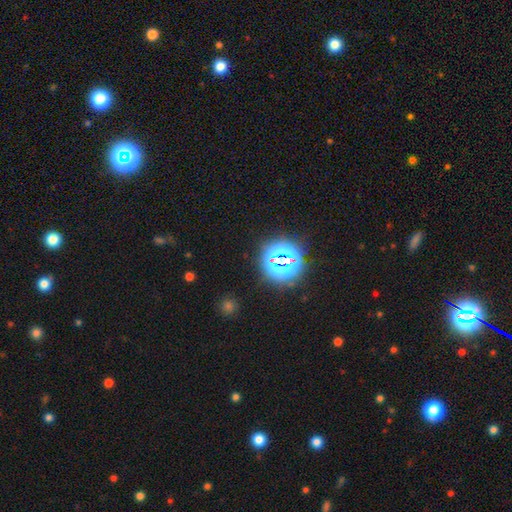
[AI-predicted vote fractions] Smooth or featured? Predicted: star or artifact (p=0.78).